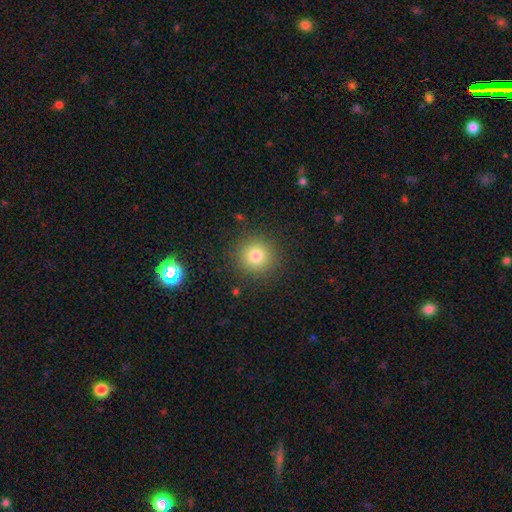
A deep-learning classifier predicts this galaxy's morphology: smooth-or-featured: smooth: 79% | star or artifact: 13% | featured or disk: 8%
  how-rounded: round: 94% | in between: 5% | cigar-shaped: 1%
  merging: none: 89% | minor disturbance: 7% | major disturbance: 3% | merger: 1%